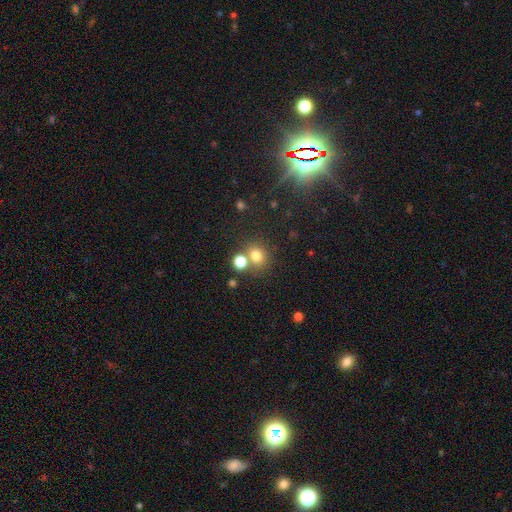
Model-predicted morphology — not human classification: This appears to be a smooth galaxy with no disk features (75%) that is round (75%). Merging: none (60%).